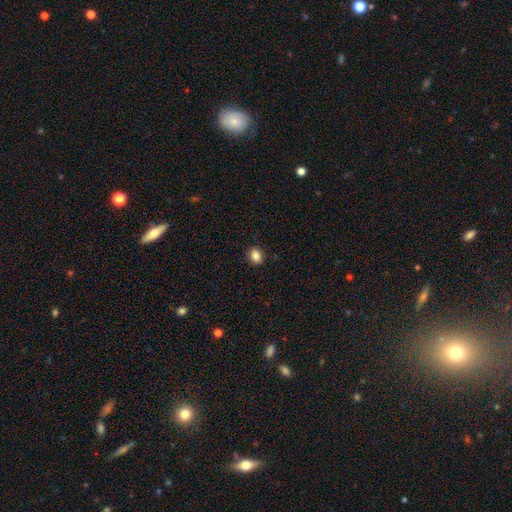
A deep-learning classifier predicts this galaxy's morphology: A smooth galaxy with no disk features (85%) that is round (66%). Merging: none (90%).